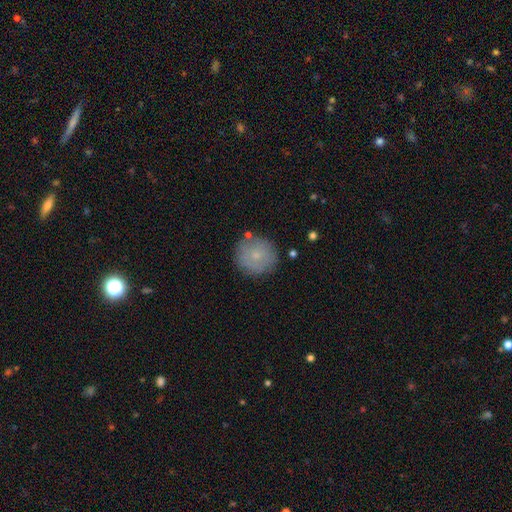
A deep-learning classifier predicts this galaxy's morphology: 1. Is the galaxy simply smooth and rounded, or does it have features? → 74% smooth, 18% featured or disk, 8% star or artifact.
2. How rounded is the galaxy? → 94% round, 5% in between, 1% cigar-shaped.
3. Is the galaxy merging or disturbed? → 82% none, 12% minor disturbance, 3% merger, 3% major disturbance.